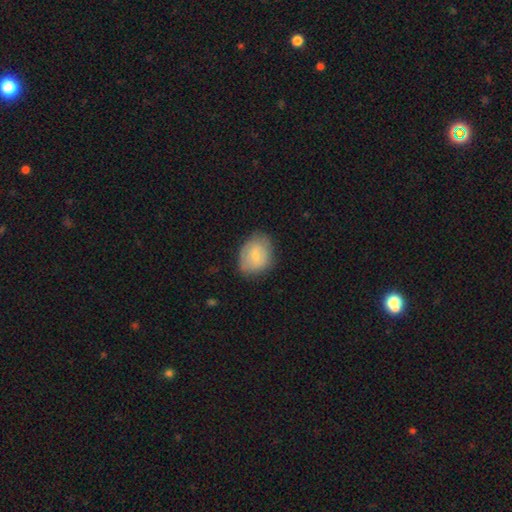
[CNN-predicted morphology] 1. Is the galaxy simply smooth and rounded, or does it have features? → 67% smooth, 26% featured or disk, 7% star or artifact.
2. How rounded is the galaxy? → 54% in between, 45% round, 1% cigar-shaped.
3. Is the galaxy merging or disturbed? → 72% none, 22% minor disturbance, 5% major disturbance, 1% merger.